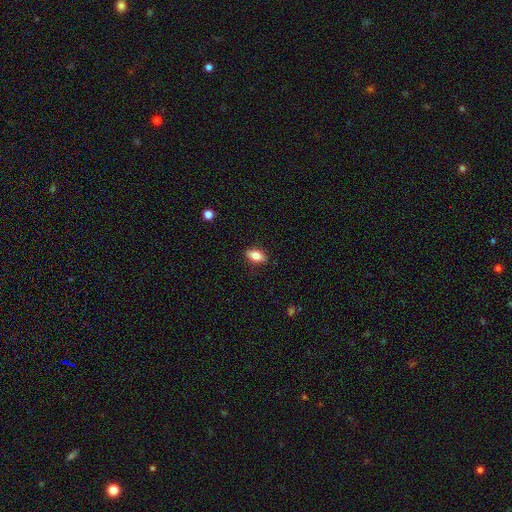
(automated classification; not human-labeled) Smooth or featured: smooth — 75% (featured or disk — 17%)
How rounded: in between — 85% (cigar-shaped — 10%)
Merging: none — 86% (minor disturbance — 11%)